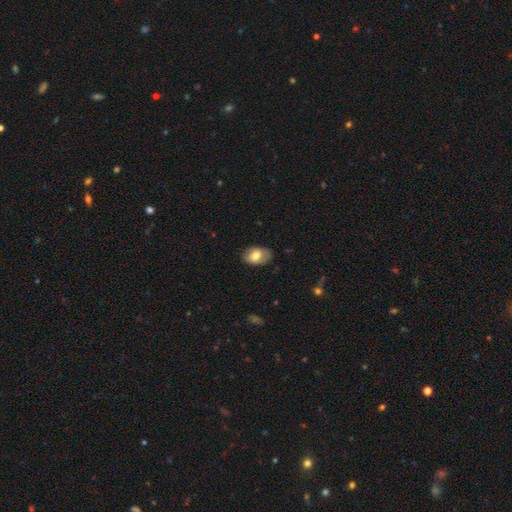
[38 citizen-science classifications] This is likely a smooth galaxy (61%). How rounded: clearly in between (100%). Merging: likely none (62%).